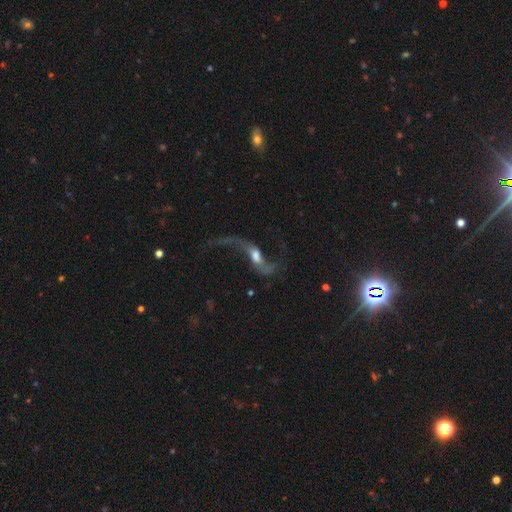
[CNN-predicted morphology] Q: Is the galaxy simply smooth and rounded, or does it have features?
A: featured or disk — 81%.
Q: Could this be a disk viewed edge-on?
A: no — 88%.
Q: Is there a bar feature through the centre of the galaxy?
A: weak — 38%, tied with no.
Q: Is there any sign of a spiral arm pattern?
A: yes — 90%.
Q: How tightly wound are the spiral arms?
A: loose — 93%.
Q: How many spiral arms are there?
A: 2 — 91%.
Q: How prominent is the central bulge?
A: moderate — 51%.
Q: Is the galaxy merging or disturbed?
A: none — 46%.